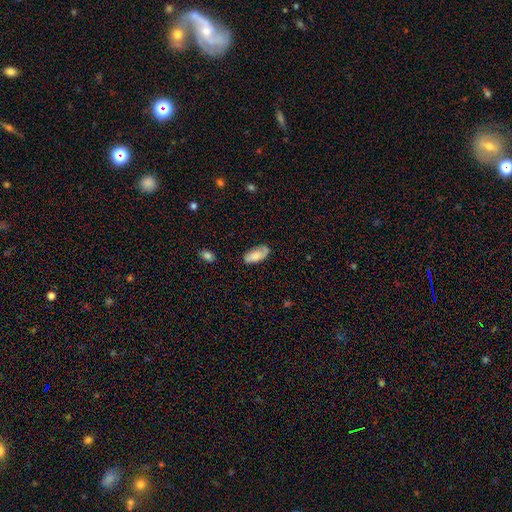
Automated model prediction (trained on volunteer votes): smooth-or-featured: smooth: 74% | featured or disk: 19% | star or artifact: 7%
  how-rounded: in between: 87% | cigar-shaped: 10% | round: 2%
  merging: none: 68% | minor disturbance: 24% | major disturbance: 6% | merger: 2%